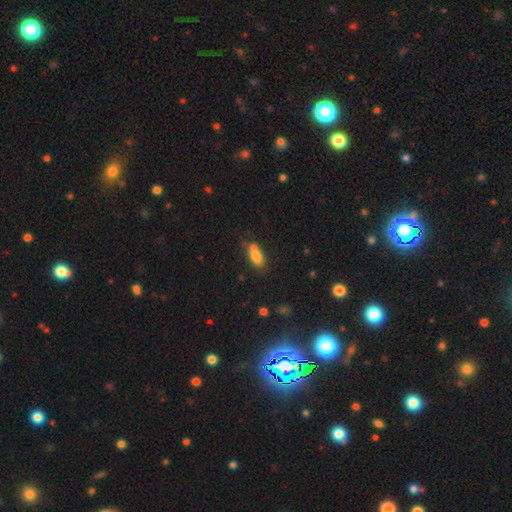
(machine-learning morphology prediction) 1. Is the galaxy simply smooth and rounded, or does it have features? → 79% smooth, 12% featured or disk, 9% star or artifact.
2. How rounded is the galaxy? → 82% in between, 13% cigar-shaped, 5% round.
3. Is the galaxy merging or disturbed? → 50% none, 26% merger, 18% minor disturbance, 6% major disturbance.